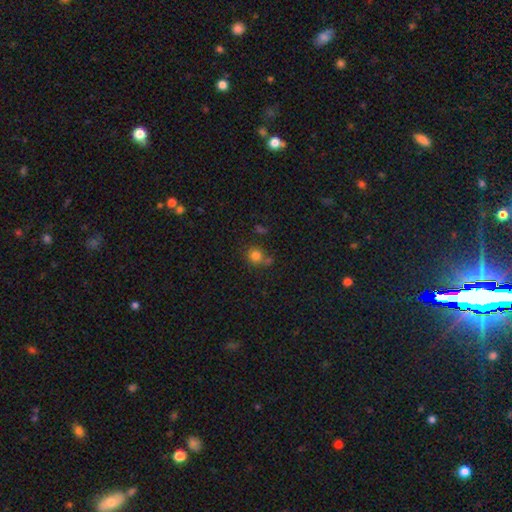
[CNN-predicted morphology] type=smooth (80%); roundness=round (86%); merging=none (62%).